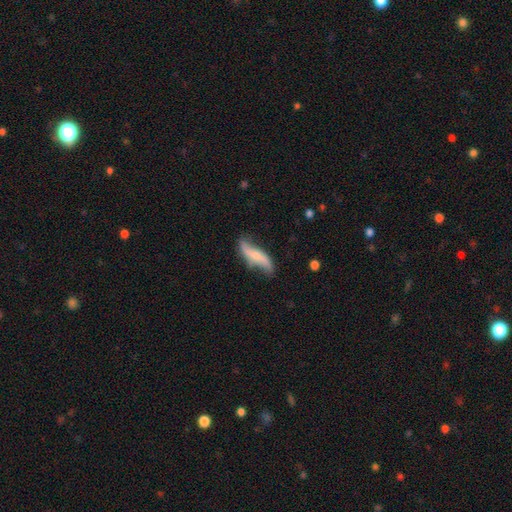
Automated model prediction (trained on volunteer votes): A featured or disk galaxy (63%). Merging: none (63%).